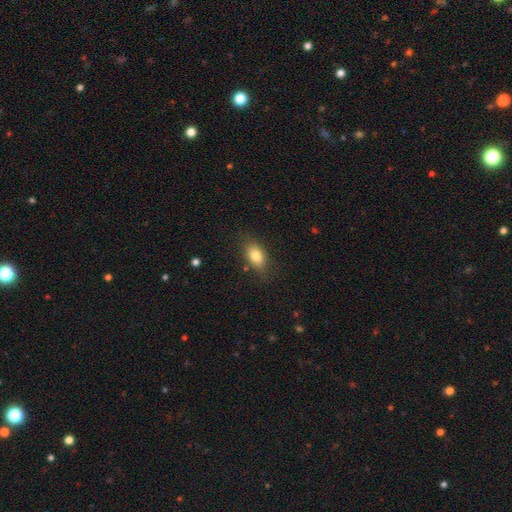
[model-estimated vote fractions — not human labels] This appears to be a smooth galaxy with no disk features (80%) that is in between round and cigar-shaped (83%). Merging: none (80%).